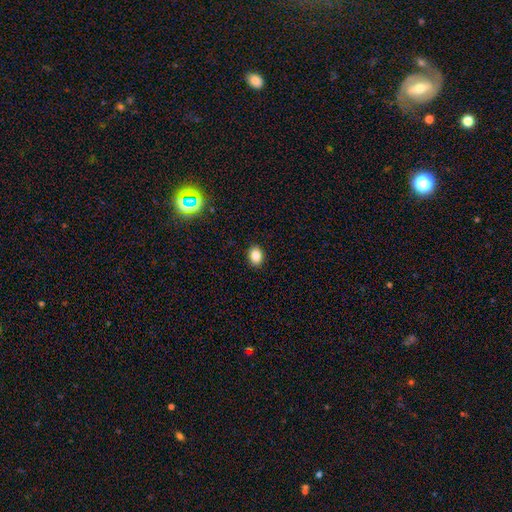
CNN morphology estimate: A smooth galaxy with no disk features (84%) that is in between round and cigar-shaped (65%).

Vote fractions:
- Smooth or featured? smooth: 84% / star or artifact: 10% / featured or disk: 5%
- How rounded? in between: 65% / round: 34% / cigar-shaped: 1%
- Merging? none: 90% / minor disturbance: 7% / major disturbance: 2% / merger: 1%